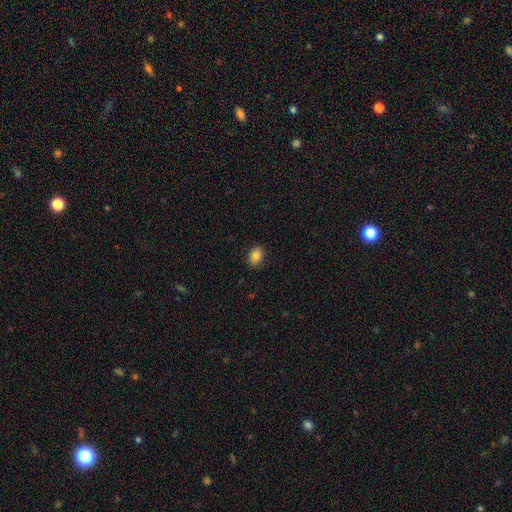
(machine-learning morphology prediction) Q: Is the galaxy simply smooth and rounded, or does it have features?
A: smooth — 85%.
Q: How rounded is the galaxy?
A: in between — 68%.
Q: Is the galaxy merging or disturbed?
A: none — 89%.